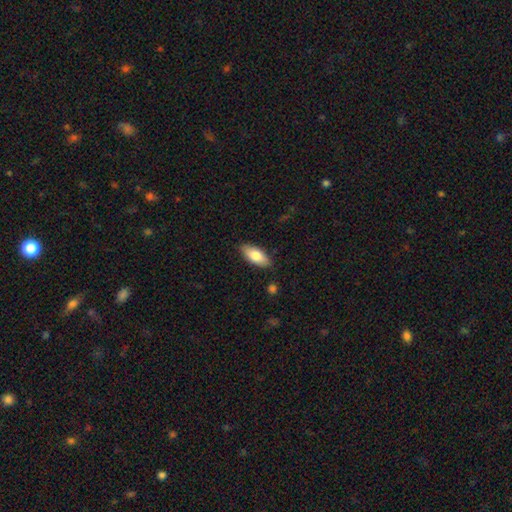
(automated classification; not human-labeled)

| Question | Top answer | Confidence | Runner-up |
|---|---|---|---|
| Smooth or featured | smooth | 80% | featured or disk (14%) |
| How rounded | in between | 86% | cigar-shaped (12%) |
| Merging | none | 86% | minor disturbance (11%) |